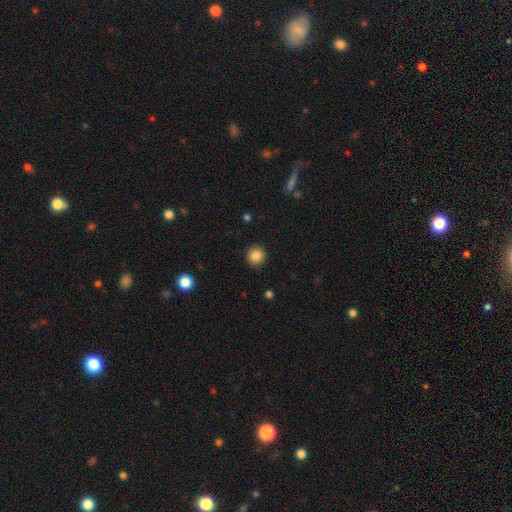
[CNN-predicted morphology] This appears to be a smooth galaxy with no disk features (86%) that is round (92%). Merging: none (91%).